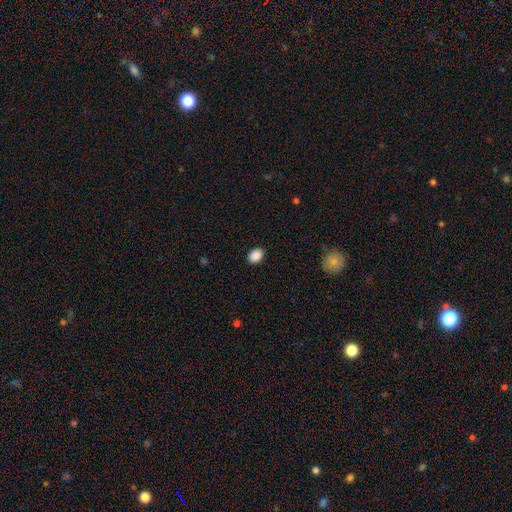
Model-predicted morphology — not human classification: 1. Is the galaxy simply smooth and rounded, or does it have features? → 89% smooth, 8% star or artifact, 3% featured or disk.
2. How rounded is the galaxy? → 72% in between, 27% round, 1% cigar-shaped.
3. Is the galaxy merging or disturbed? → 89% none, 8% minor disturbance, 2% major disturbance, 1% merger.